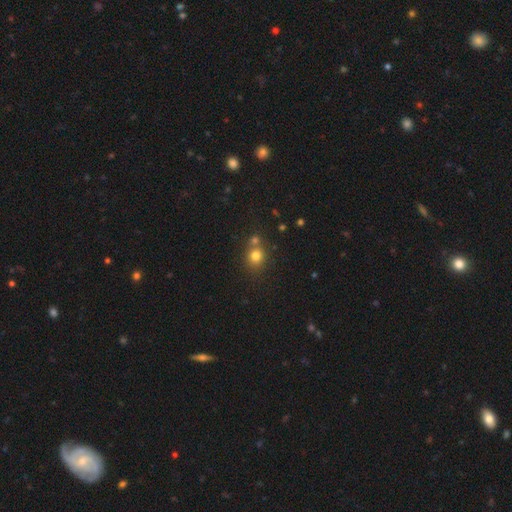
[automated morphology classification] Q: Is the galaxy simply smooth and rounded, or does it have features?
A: smooth — 77%.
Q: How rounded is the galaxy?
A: round — 78%.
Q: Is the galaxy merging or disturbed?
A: none — 57%.